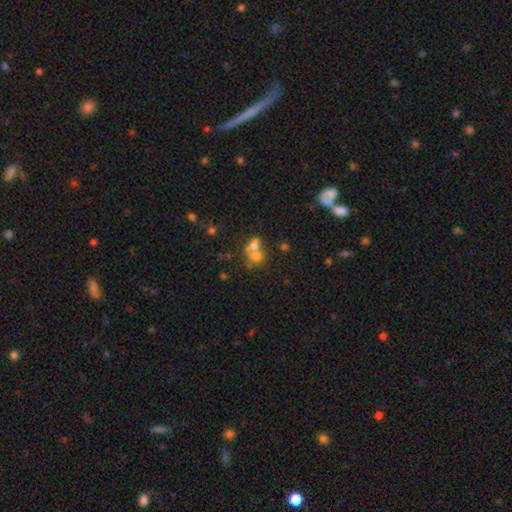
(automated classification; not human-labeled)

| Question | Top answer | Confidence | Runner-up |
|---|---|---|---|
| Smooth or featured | smooth | 66% | featured or disk (20%) |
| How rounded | round | 59% | in between (39%) |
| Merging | merger | 63% | none (25%) |